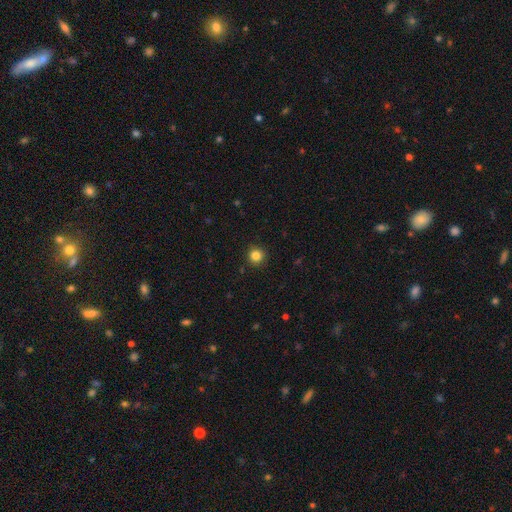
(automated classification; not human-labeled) Smooth or featured: smooth — 83% (star or artifact — 12%)
How rounded: round — 94% (in between — 5%)
Merging: none — 92% (minor disturbance — 6%)